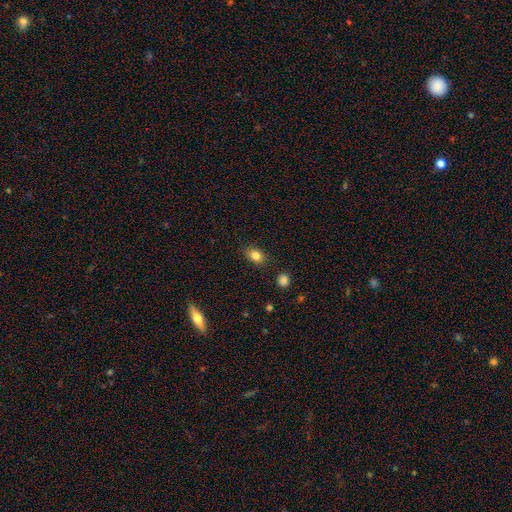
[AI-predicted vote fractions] This appears to be a smooth galaxy with no disk features (83%) that is in between round and cigar-shaped (72%). Merging: none (84%).